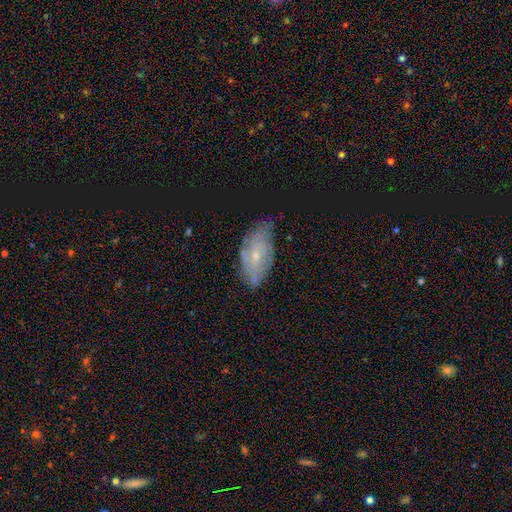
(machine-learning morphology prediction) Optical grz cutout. It shows a featured or disk galaxy (59%) with no bar (72%), spiral arms (67%) and a small central bulge (75%). Merging: none (65%).